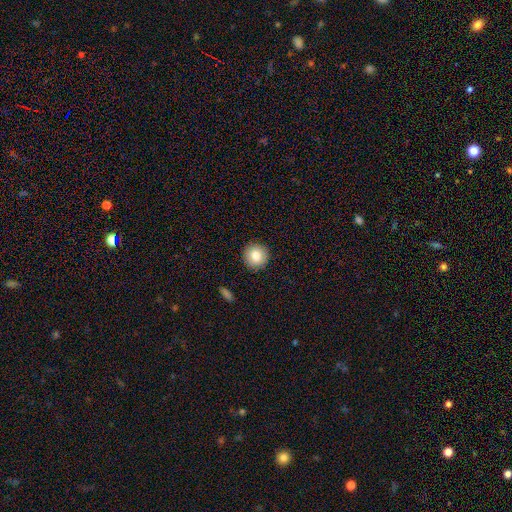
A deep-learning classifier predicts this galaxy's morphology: smooth 81%, featured or disk 10%, star or artifact 9%. Down the decision tree: how rounded — round (95%); merging — none (92%).